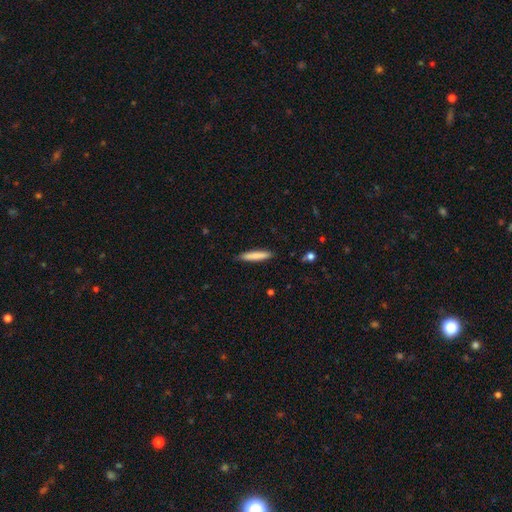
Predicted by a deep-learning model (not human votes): smooth 81%, featured or disk 13%, star or artifact 6%. Down the decision tree: how rounded — cigar-shaped (90%); merging — none (87%).